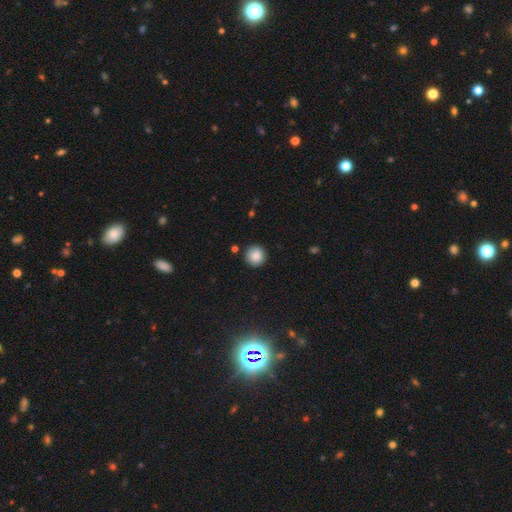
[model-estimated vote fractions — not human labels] Smooth or featured? smooth (87%)
How rounded? round (95%)
Merging? none (90%)